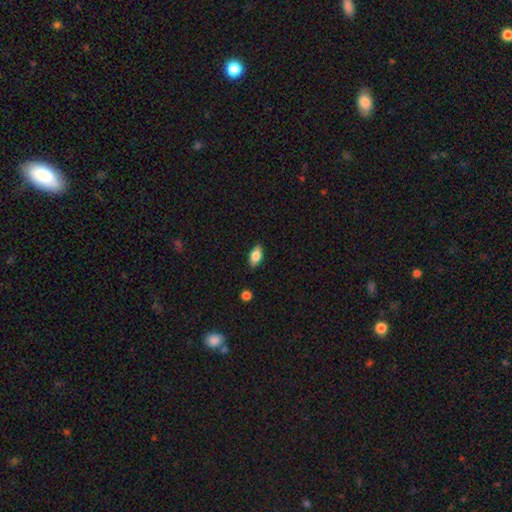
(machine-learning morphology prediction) This is likely a smooth galaxy (79%). How rounded: clearly in between (89%). Merging: clearly none (86%).